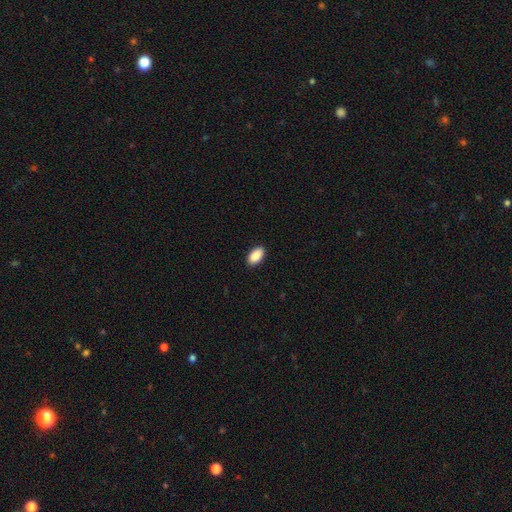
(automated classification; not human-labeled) This is clearly a smooth galaxy (90%). How rounded: clearly in between (94%). Merging: clearly none (89%).